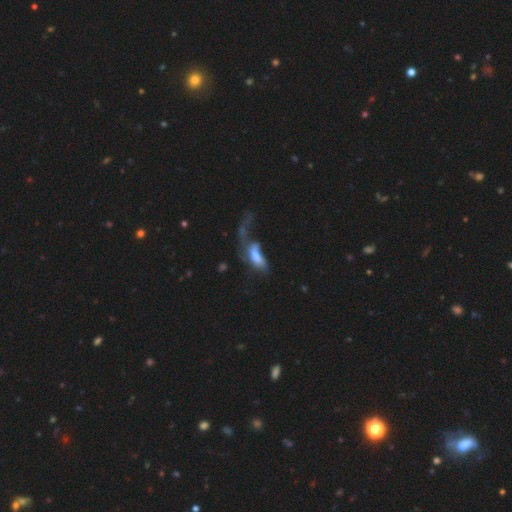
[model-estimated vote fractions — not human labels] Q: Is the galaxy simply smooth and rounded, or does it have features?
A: smooth — 57%.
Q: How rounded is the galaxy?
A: in between — 76%.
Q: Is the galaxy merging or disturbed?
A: major disturbance — 57%.